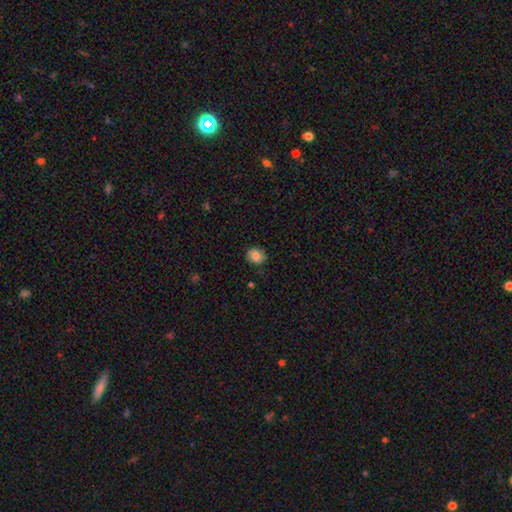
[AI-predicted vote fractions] The model was most divided on "how rounded": round: 65%, in between: 34%, cigar-shaped: 1%. More confident: merging — none (84%); smooth or featured — smooth (83%).